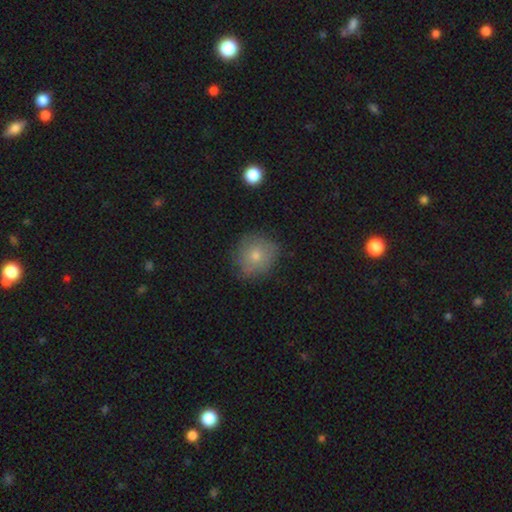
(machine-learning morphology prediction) Overall: smooth (71%). How rounded: round (84%). Merging: none (77%).